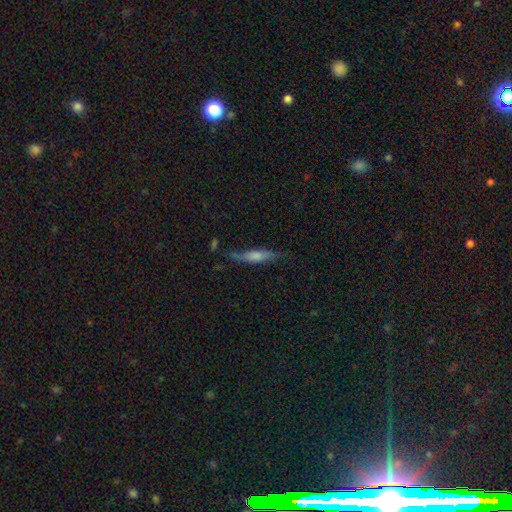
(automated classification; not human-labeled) The model was most divided on "smooth or featured": featured or disk: 51%, smooth: 41%, star or artifact: 8%. More confident: edge-on disk — yes (86%); merging — none (69%).